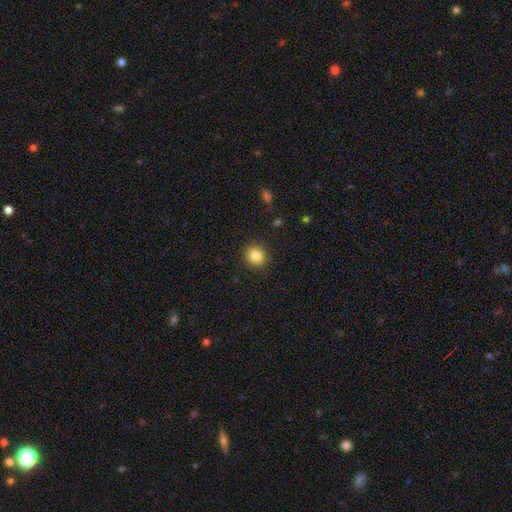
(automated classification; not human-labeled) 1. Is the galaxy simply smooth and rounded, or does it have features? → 85% smooth, 10% star or artifact, 6% featured or disk.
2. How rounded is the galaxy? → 71% round, 28% in between, 1% cigar-shaped.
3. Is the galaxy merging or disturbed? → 89% none, 7% minor disturbance, 2% major disturbance, 1% merger.